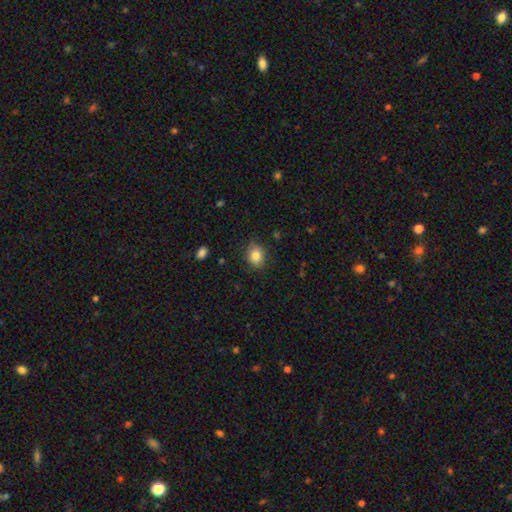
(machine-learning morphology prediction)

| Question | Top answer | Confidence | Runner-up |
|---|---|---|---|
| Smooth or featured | smooth | 84% | star or artifact (9%) |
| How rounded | round | 54% | in between (45%) |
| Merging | none | 82% | minor disturbance (14%) |